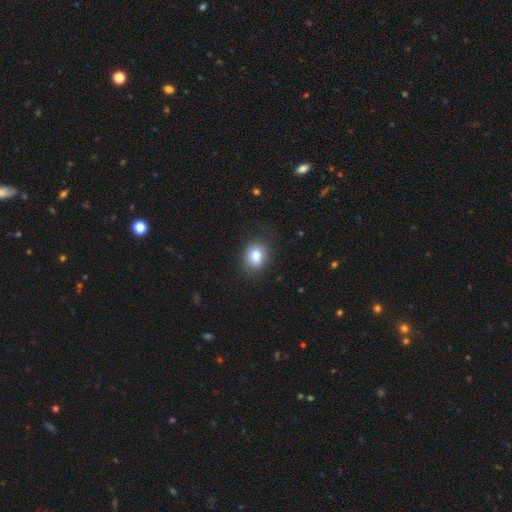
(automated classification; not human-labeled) Smooth or featured? smooth (82%)
How rounded? round (57%)
Merging? none (84%)